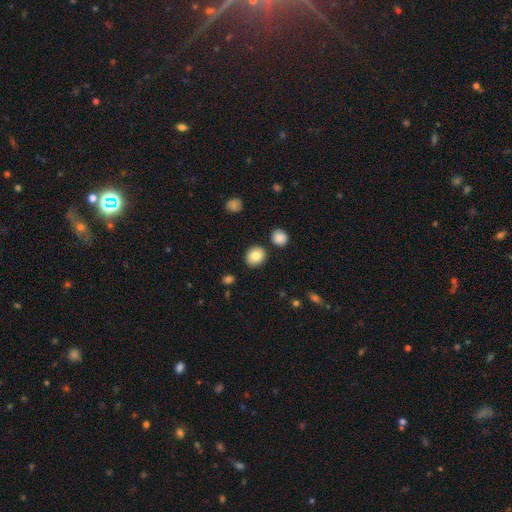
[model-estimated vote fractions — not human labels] Smooth or featured?
  - smooth: 83% *
  - star or artifact: 9%
  - featured or disk: 8%
How rounded?
  - round: 70% *
  - in between: 29%
  - cigar-shaped: 1%
Merging?
  - none: 86% *
  - minor disturbance: 8%
  - merger: 3%
  - major disturbance: 2%